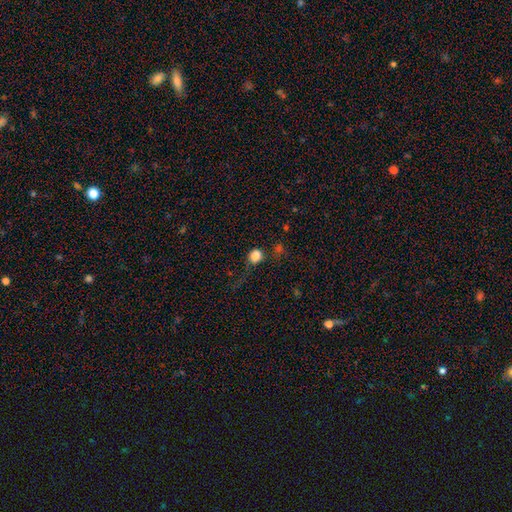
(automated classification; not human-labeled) smooth 80%, star or artifact 14%, featured or disk 6%. Down the decision tree: how rounded — round (76%); merging — none (51%).